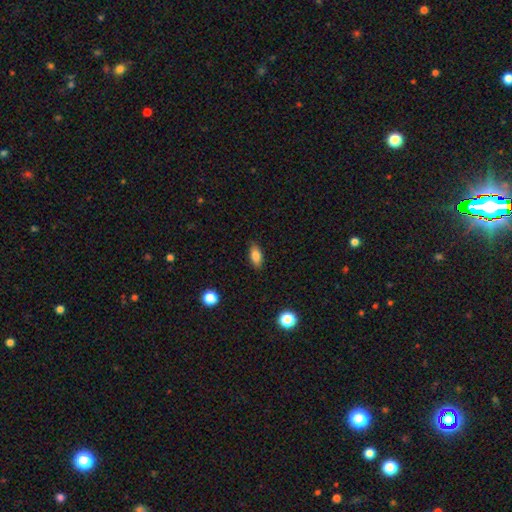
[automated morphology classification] Q: Smooth or featured?
A: smooth (83%); runner-up: star or artifact (9%)
Q: How rounded?
A: in between (86%); runner-up: cigar-shaped (9%)
Q: Merging?
A: none (87%); runner-up: minor disturbance (10%)